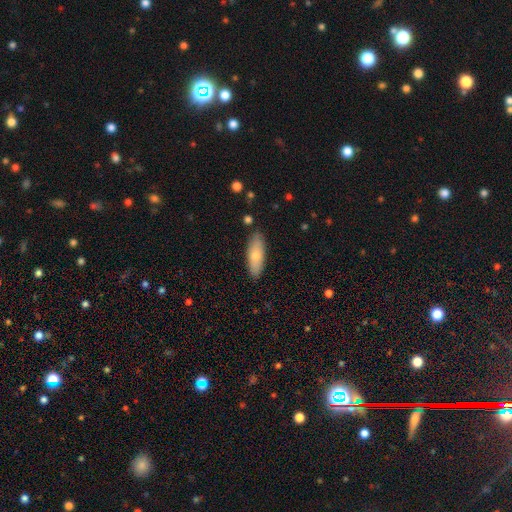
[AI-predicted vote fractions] A smooth galaxy with no disk features (77%) that is in between round and cigar-shaped (63%).

Vote fractions:
- Smooth or featured? smooth: 77% / featured or disk: 17% / star or artifact: 6%
- How rounded? in between: 63% / cigar-shaped: 35% / round: 2%
- Merging? none: 85% / minor disturbance: 11% / major disturbance: 2% / merger: 2%